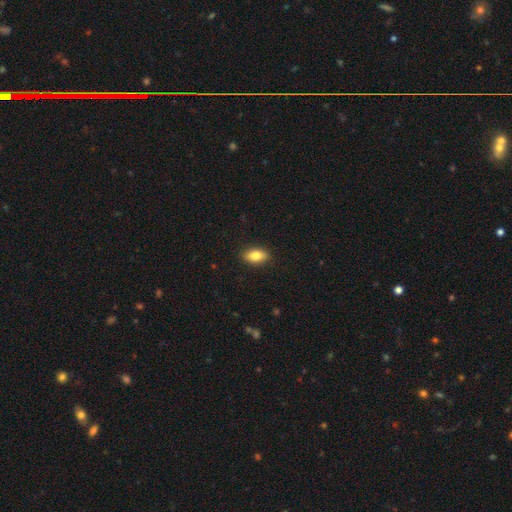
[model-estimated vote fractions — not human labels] Smooth or featured? Predicted: smooth (p=0.83). How rounded? Predicted: in between (p=0.90). Merging? Predicted: none (p=0.90).